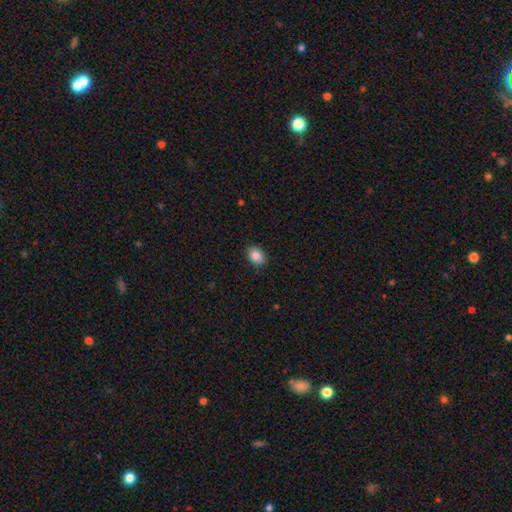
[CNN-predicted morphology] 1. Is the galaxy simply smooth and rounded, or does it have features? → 87% smooth, 8% star or artifact, 4% featured or disk.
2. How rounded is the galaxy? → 67% in between, 32% round, 1% cigar-shaped.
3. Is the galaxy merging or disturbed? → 88% none, 9% minor disturbance, 2% major disturbance, 1% merger.